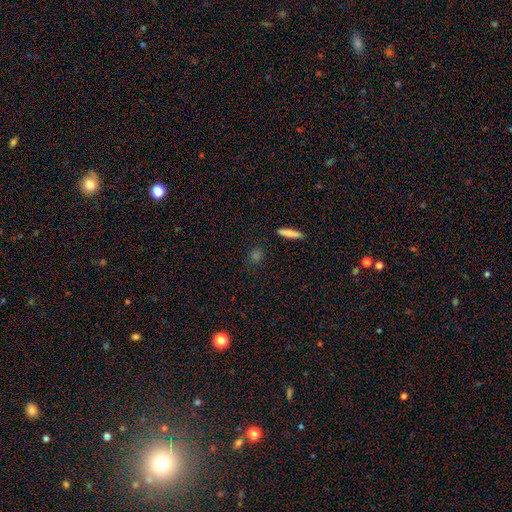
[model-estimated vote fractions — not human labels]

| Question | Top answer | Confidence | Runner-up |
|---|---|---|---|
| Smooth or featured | smooth | 62% | star or artifact (25%) |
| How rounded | in between | 39% | tied: round (39%) |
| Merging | none | 83% | minor disturbance (11%) |